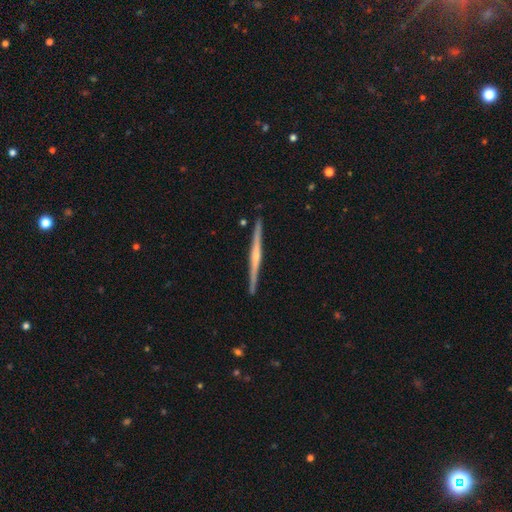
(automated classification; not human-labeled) Smooth or featured? Predicted: featured or disk (p=0.75). Edge-on disk? Predicted: yes (p=0.98). Edge-on bulge? Predicted: rounded (p=0.55). Merging? Predicted: none (p=0.92).